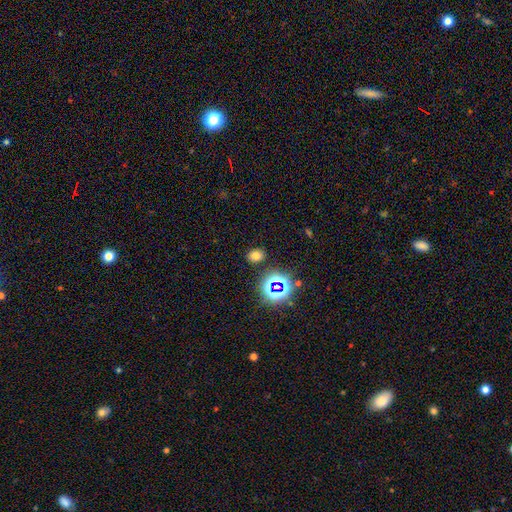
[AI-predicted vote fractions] Smooth or featured? Predicted: smooth (p=0.69). How rounded? Predicted: in between (p=0.56). Merging? Predicted: none (p=0.85).